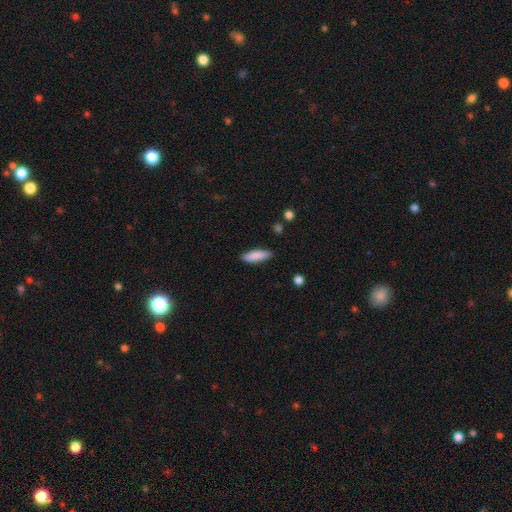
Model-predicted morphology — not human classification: This appears to be a smooth galaxy with no disk features (86%) that is cigar-shaped (56%). Merging: none (86%).